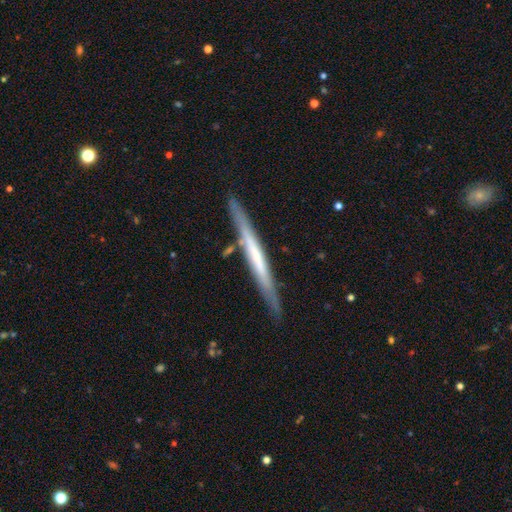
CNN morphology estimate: smooth-or-featured: featured or disk: 61% | smooth: 33% | star or artifact: 6%
  disk-edge-on: yes: 95% | no: 5%
    edge-on-bulge: none: 76% | rounded: 14% | boxy: 10%
  merging: none: 84% | minor disturbance: 11% | merger: 3% | major disturbance: 2%